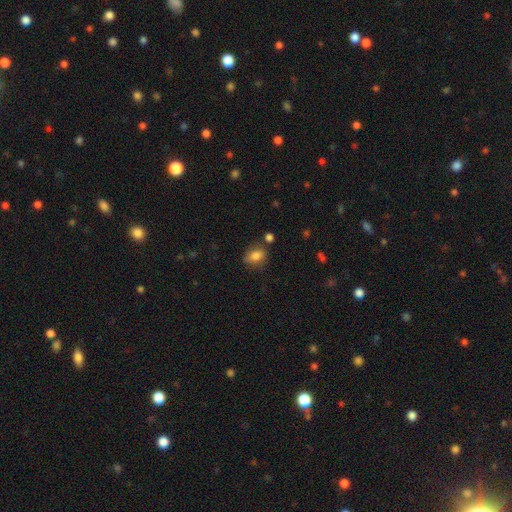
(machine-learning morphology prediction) Smooth or featured?
  - smooth: 81% *
  - star or artifact: 10%
  - featured or disk: 10%
How rounded?
  - in between: 69% *
  - round: 30%
  - cigar-shaped: 2%
Merging?
  - none: 69% *
  - minor disturbance: 19%
  - merger: 7%
  - major disturbance: 6%